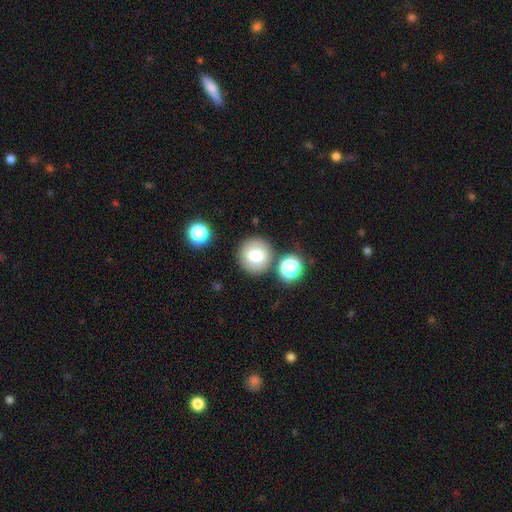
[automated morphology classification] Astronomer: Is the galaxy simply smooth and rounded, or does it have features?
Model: smooth — 74%.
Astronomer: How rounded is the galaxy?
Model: round — 91%.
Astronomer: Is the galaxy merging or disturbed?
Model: none — 80%.